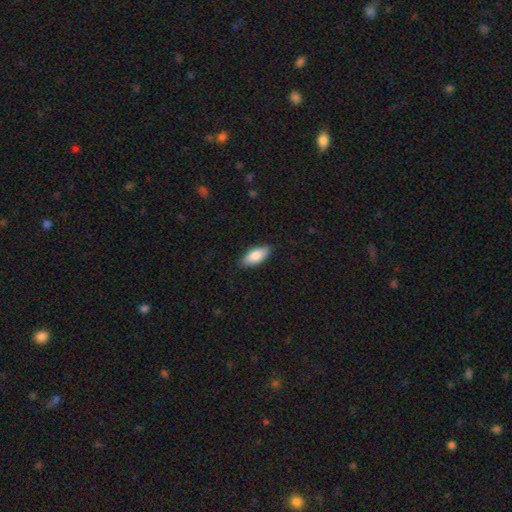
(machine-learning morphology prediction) Smooth or featured? smooth (85%)
How rounded? in between (84%)
Merging? none (87%)